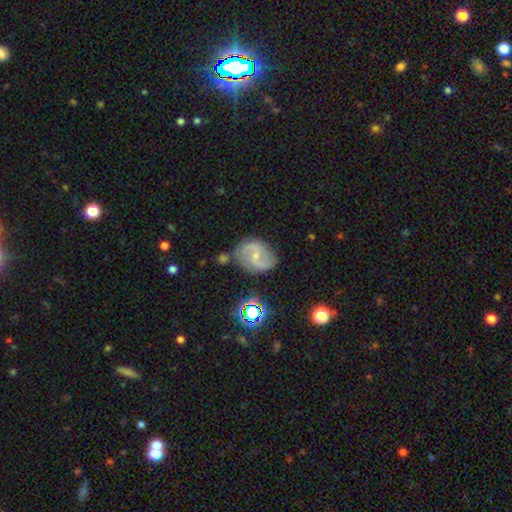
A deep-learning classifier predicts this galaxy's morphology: Smooth or featured? Predicted: featured or disk (p=0.78). Edge-on disk? Predicted: no (p=0.98). Bar? Predicted: weak (p=0.49). Spiral arms? Predicted: yes (p=0.93). Spiral winding? Predicted: medium (p=0.46). Spiral arm count? Predicted: 2 (p=0.90). Bulge size? Predicted: small (p=0.69). Merging? Predicted: none (p=0.69).